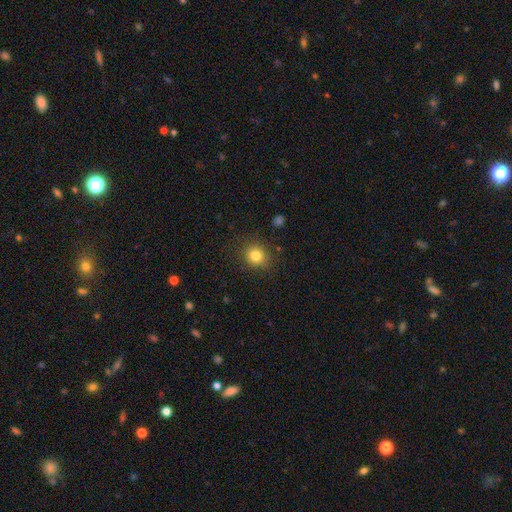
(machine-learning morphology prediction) A smooth galaxy with no disk features (82%) that is round (82%).

Vote fractions:
- Smooth or featured? smooth: 82% / star or artifact: 11% / featured or disk: 6%
- How rounded? round: 82% / in between: 17% / cigar-shaped: 1%
- Merging? none: 86% / minor disturbance: 10% / major disturbance: 3% / merger: 1%